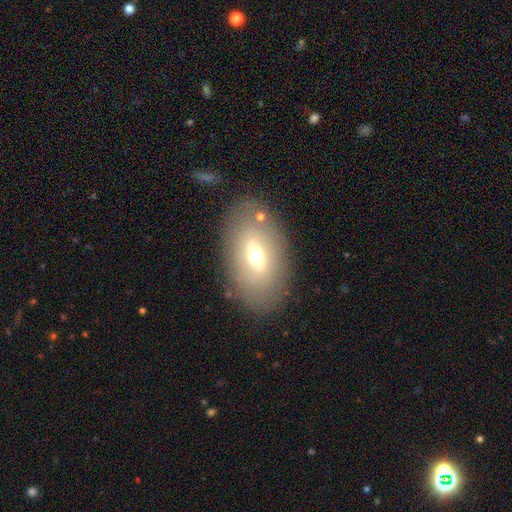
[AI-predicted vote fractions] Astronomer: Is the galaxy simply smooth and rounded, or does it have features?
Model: smooth — 50% (runner-up: featured or disk, 40%).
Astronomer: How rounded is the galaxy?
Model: in between — 89%.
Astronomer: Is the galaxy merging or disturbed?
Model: none — 81%.